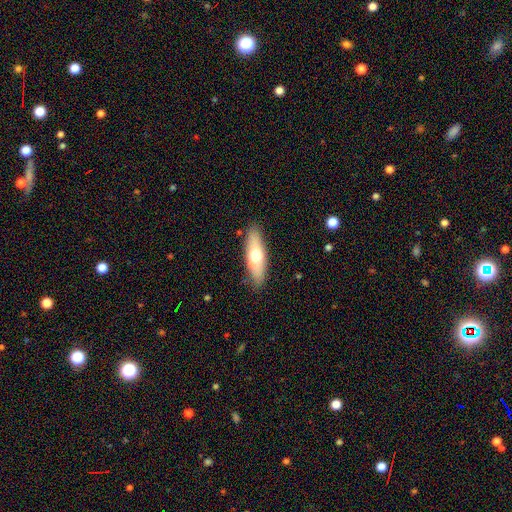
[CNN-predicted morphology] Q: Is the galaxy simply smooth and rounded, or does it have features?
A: smooth — 56%.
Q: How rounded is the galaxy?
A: in between — 51%.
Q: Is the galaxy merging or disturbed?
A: none — 82%.